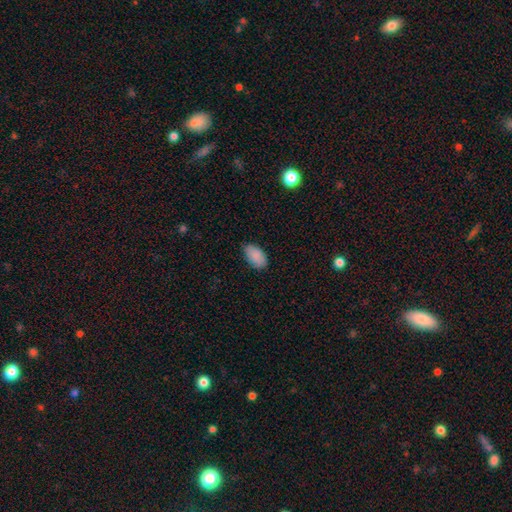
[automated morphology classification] The model was most divided on "merging": none: 77%, minor disturbance: 19%, major disturbance: 3%, merger: 1%. More confident: how rounded — in between (94%); smooth or featured — smooth (88%).